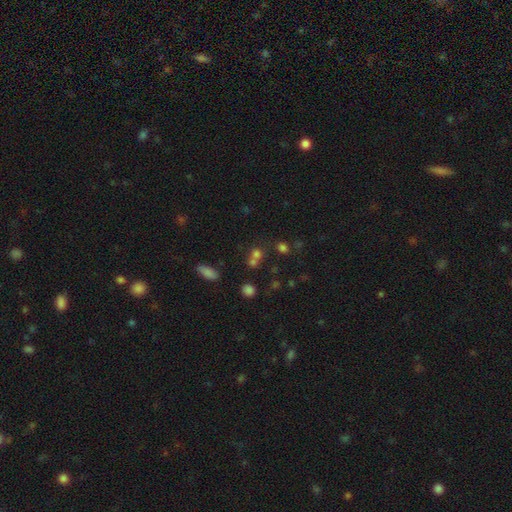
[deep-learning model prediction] Morphology: type=smooth (67%); roundness=round (77%); merging=none (45%).